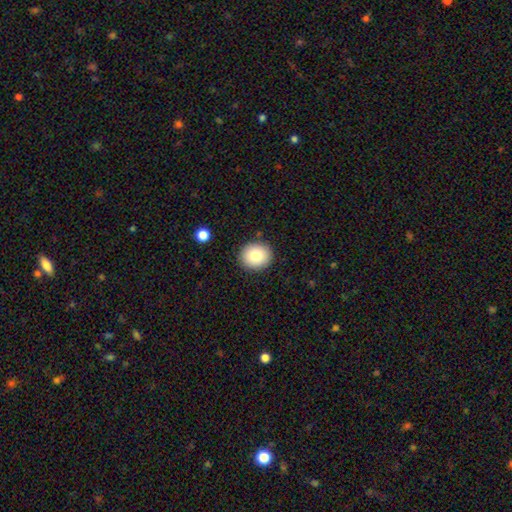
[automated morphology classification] smooth-or-featured: smooth: 83% | star or artifact: 9% | featured or disk: 8%
  how-rounded: round: 76% | in between: 23% | cigar-shaped: 1%
  merging: none: 89% | minor disturbance: 7% | major disturbance: 2% | merger: 1%